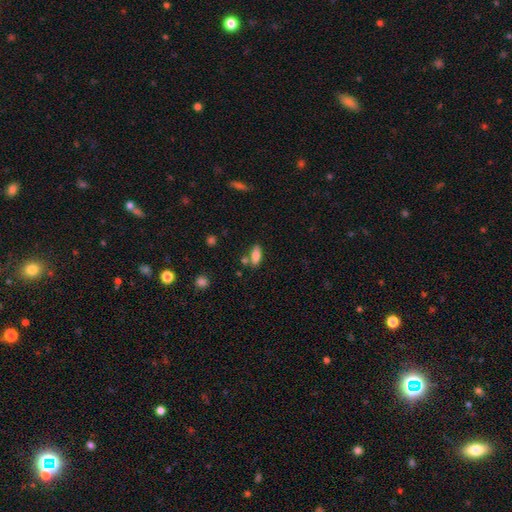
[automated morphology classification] type=smooth (80%); roundness=in between (79%); merging=none (68%).